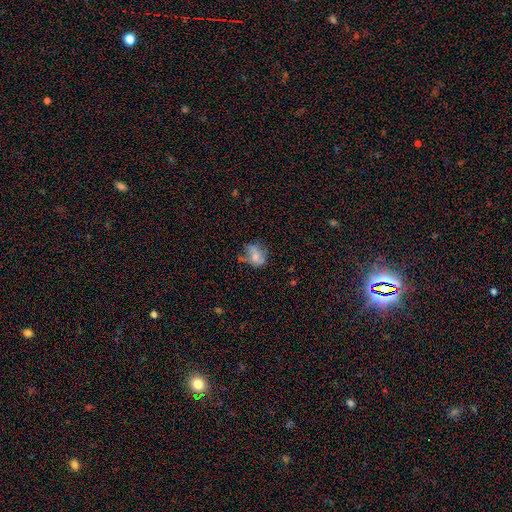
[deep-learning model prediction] Overall: smooth (54%; featured or disk 34%). How rounded: in between (52%; round 46%). Merging: none (42%; minor disturbance 28%).